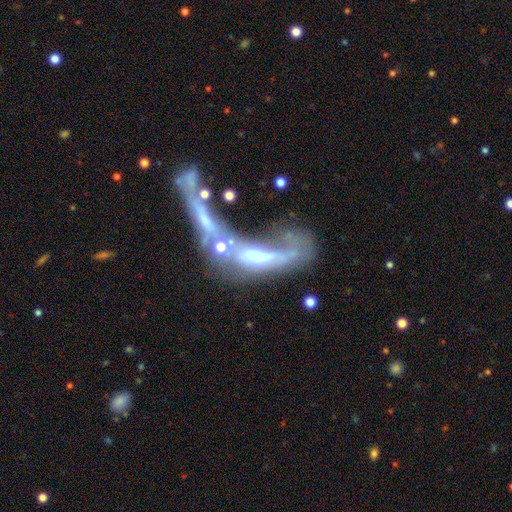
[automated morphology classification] This is possibly a featured or disk galaxy (56%). It is likely not viewed edge-on (62%). Merging: possibly merger (49%).